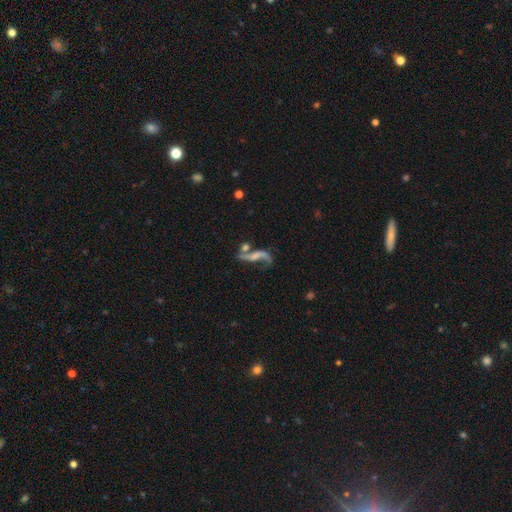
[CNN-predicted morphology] featured or disk 70%, smooth 20%, star or artifact 10%. Down the decision tree: edge-on disk — no (88%); bar — no (54%); spiral arms — yes (79%); bulge size — none (46%); merging — none (34%).